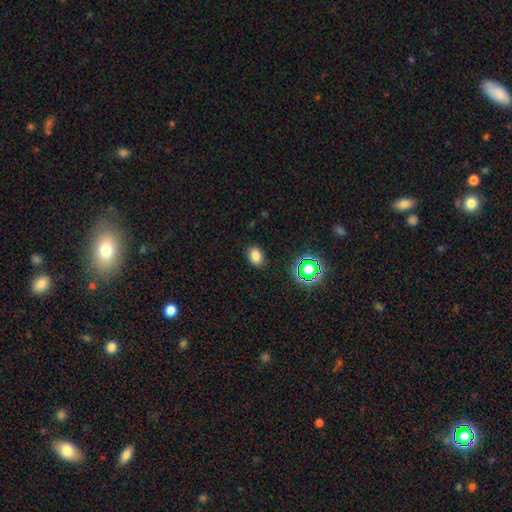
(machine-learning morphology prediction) A smooth galaxy with no disk features (77%) that is in between round and cigar-shaped (66%). Merging: none (86%).